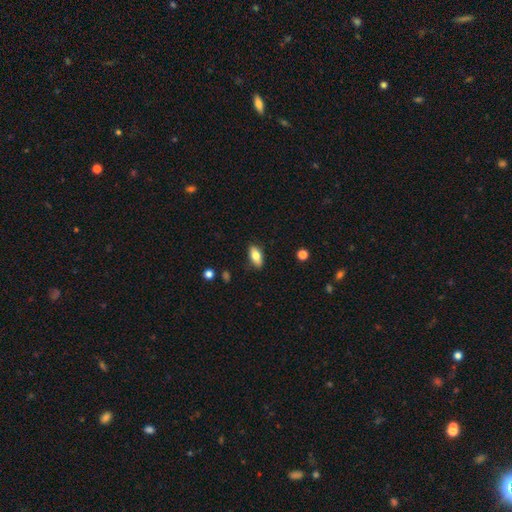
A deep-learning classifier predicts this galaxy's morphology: The model was most divided on "smooth or featured": smooth: 76%, featured or disk: 17%, star or artifact: 7%. More confident: merging — none (87%); how rounded — in between (85%).